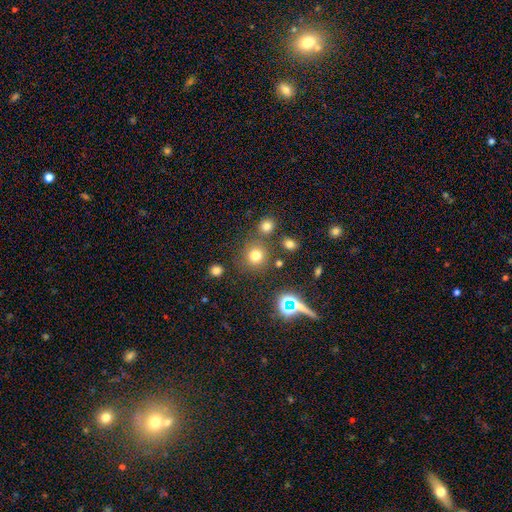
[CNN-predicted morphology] Q: Smooth or featured?
A: smooth (71%); runner-up: star or artifact (21%)
Q: How rounded?
A: round (91%); runner-up: in between (8%)
Q: Merging?
A: none (77%); runner-up: merger (10%)